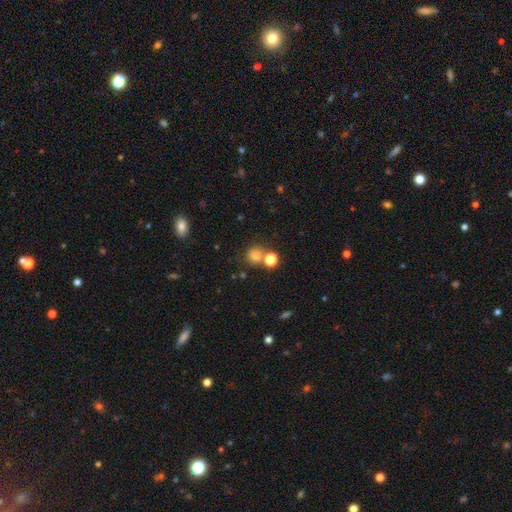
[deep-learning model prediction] Overall: smooth (77%). How rounded: round (82%). Merging: none (59%; merger 26%).